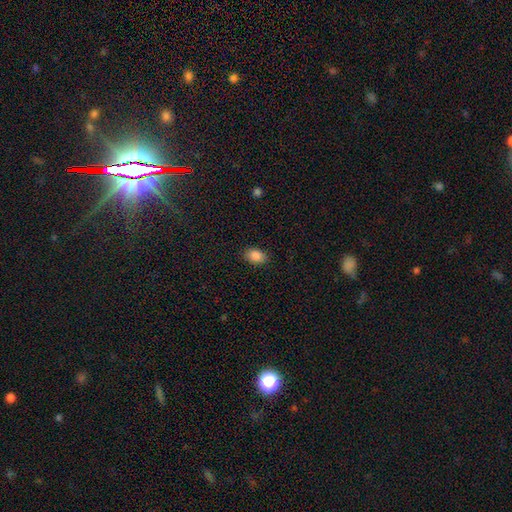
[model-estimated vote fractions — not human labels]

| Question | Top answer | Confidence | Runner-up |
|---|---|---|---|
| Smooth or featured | smooth | 87% | star or artifact (8%) |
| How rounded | in between | 83% | round (16%) |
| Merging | none | 87% | minor disturbance (9%) |